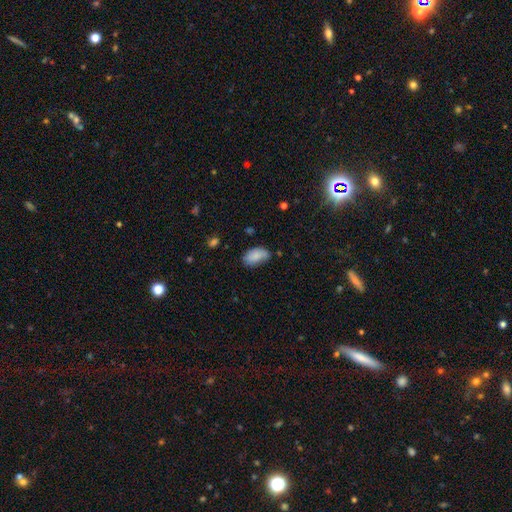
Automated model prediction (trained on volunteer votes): This is clearly a smooth galaxy (83%). How rounded: clearly in between (93%). Merging: possibly none (58%).